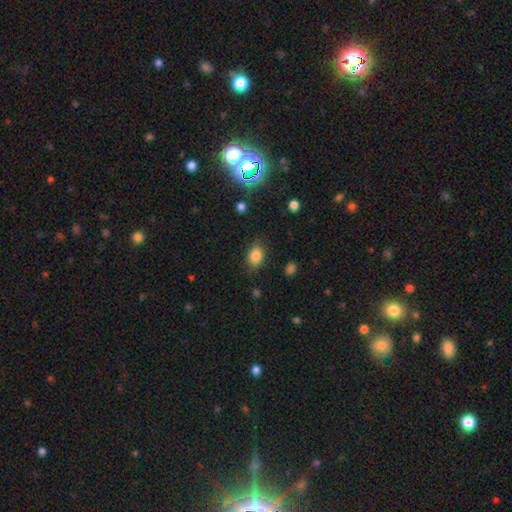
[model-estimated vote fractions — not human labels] Smooth or featured? smooth (83%)
How rounded? in between (73%)
Merging? none (80%)